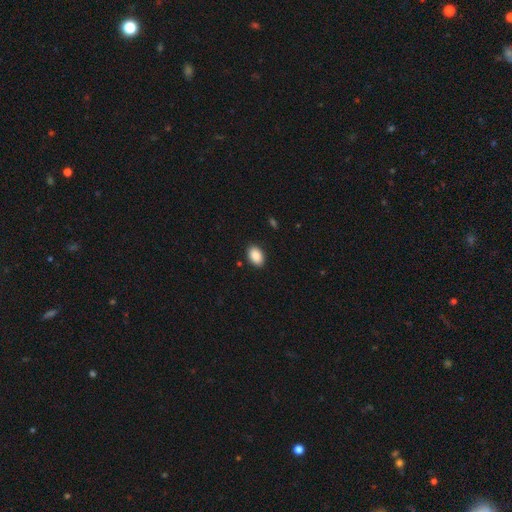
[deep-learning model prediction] Smooth or featured?
  - smooth: 89% *
  - star or artifact: 7%
  - featured or disk: 4%
How rounded?
  - in between: 87% *
  - round: 12%
  - cigar-shaped: 1%
Merging?
  - none: 88% *
  - minor disturbance: 9%
  - major disturbance: 2%
  - merger: 1%